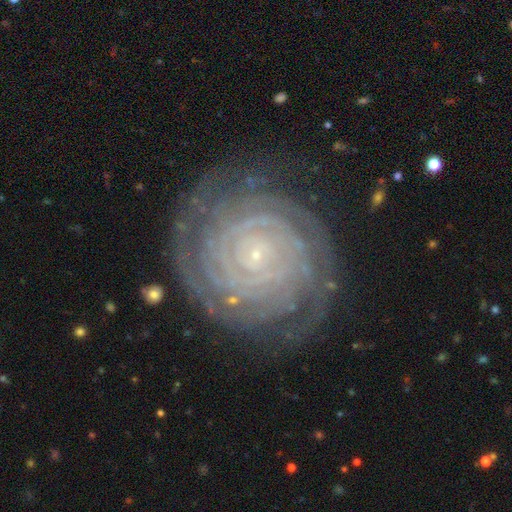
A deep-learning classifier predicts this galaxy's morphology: Smooth or featured: featured or disk — 88% (star or artifact — 6%)
Edge-on disk: no — 98% (yes — 2%)
Bar: no — 74% (weak — 18%)
Spiral arms: yes — 98% (no — 2%)
Spiral winding: tight — 91% (medium — 7%)
Spiral arm count: can't tell — 23% (2 — 21%)
Bulge size: small — 91% (moderate — 4%)
Merging: none — 81% (minor disturbance — 13%)